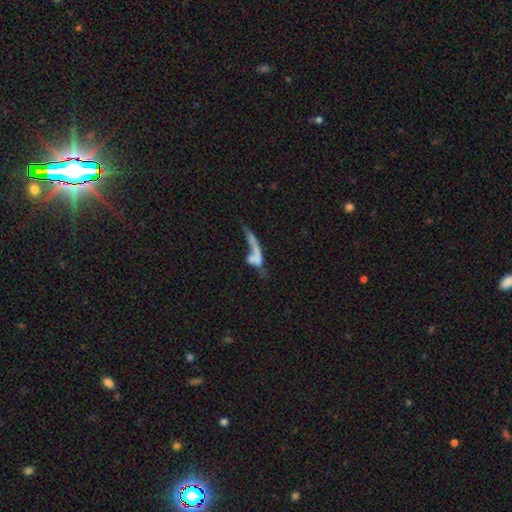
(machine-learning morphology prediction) A smooth galaxy with no disk features (44%).

Vote fractions:
- Smooth or featured? smooth: 44% / featured or disk: 43% / star or artifact: 13%
- Merging? merger: 42% / major disturbance: 30% / none: 18% / minor disturbance: 10%